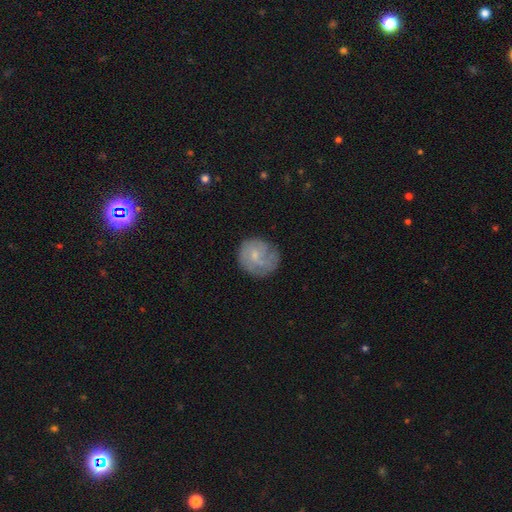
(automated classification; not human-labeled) Q: Smooth or featured?
A: smooth (47%); runner-up: featured or disk (45%)
Q: Merging?
A: none (68%); runner-up: minor disturbance (20%)